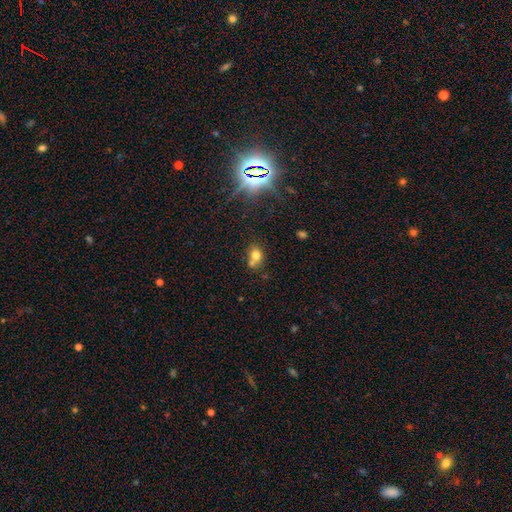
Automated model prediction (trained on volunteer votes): Smooth or featured?
  - smooth: 71% *
  - star or artifact: 15%
  - featured or disk: 14%
How rounded?
  - round: 51% *
  - in between: 47%
  - cigar-shaped: 1%
Merging?
  - none: 43% *
  - merger: 39%
  - minor disturbance: 13%
  - major disturbance: 5%